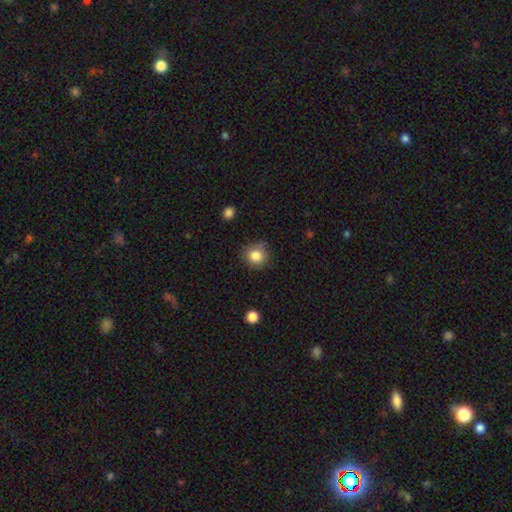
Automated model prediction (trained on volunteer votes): Smooth or featured? Predicted: smooth (p=0.84). How rounded? Predicted: round (p=0.87). Merging? Predicted: none (p=0.72).